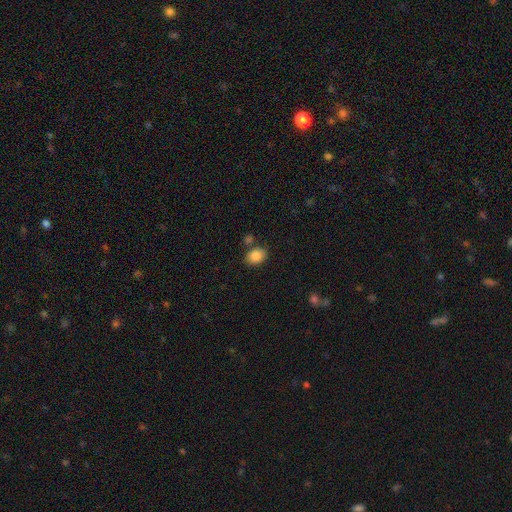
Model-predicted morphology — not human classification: Smooth or featured? Predicted: smooth (p=0.87). How rounded? Predicted: in between (p=0.62). Merging? Predicted: none (p=0.73).